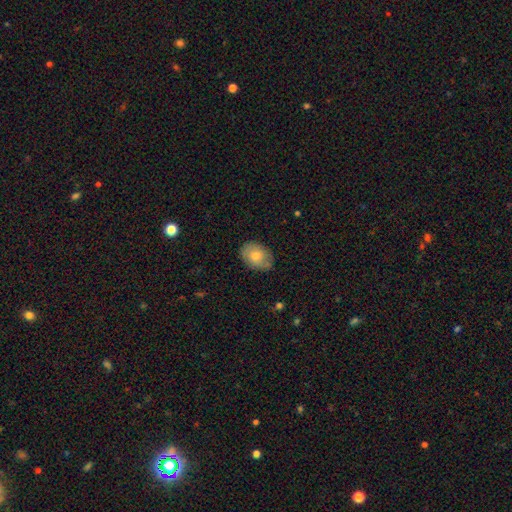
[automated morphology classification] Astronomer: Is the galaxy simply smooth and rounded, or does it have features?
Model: smooth — 68%.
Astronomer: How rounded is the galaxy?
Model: in between — 75%.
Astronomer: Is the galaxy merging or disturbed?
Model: none — 81%.